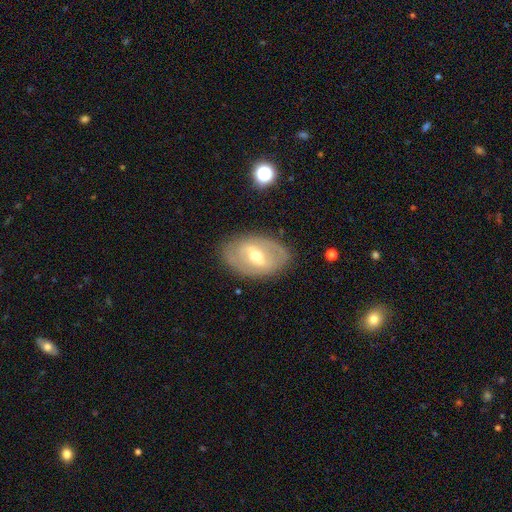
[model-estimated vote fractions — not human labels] Smooth or featured?
  - featured or disk: 68% *
  - smooth: 25%
  - star or artifact: 7%
Edge-on disk?
  - no: 92% *
  - yes: 8%
Bar?
  - weak: 44% *
  - strong: 39%
  - no: 17%
Spiral arms?
  - no: 52% *
  - yes: 48%
Bulge size?
  - moderate: 65% *
  - small: 29%
  - large: 4%
  - none: 1%
  - dominant: 1%
Merging?
  - none: 80% *
  - minor disturbance: 13%
  - major disturbance: 5%
  - merger: 1%